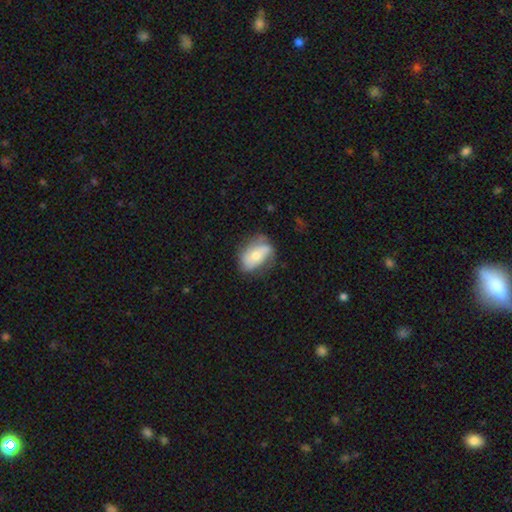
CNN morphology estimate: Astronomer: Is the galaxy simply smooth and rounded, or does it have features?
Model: featured or disk — 52% (runner-up: smooth, 41%).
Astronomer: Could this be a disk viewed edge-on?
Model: no — 94%.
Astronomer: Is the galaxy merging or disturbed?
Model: none — 56%.